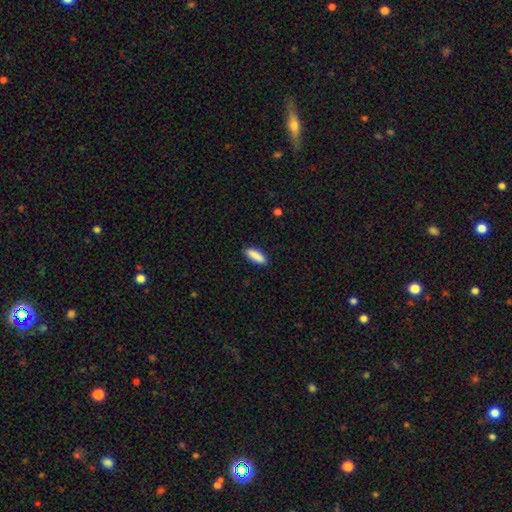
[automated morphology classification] The model was most divided on "how rounded": in between: 56%, cigar-shaped: 42%, round: 2%. More confident: smooth or featured — smooth (89%); merging — none (87%).